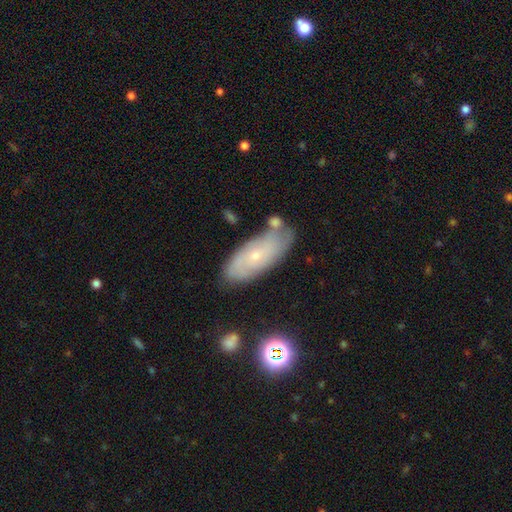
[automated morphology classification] The model was most divided on "smooth or featured": featured or disk: 55%, smooth: 37%, star or artifact: 9%. More confident: edge-on disk — no (86%); merging — none (69%).